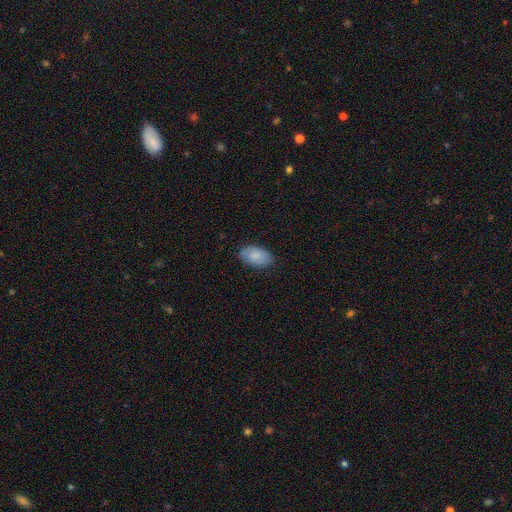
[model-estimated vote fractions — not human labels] Smooth or featured? smooth (83%)
How rounded? in between (94%)
Merging? none (81%)